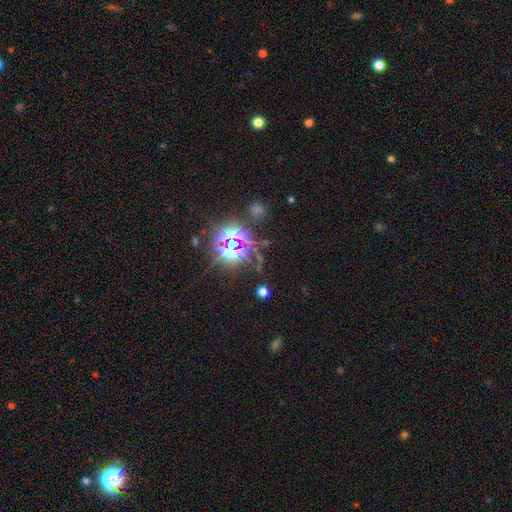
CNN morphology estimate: Smooth or featured?
  - star or artifact: 80% *
  - smooth: 13%
  - featured or disk: 7%